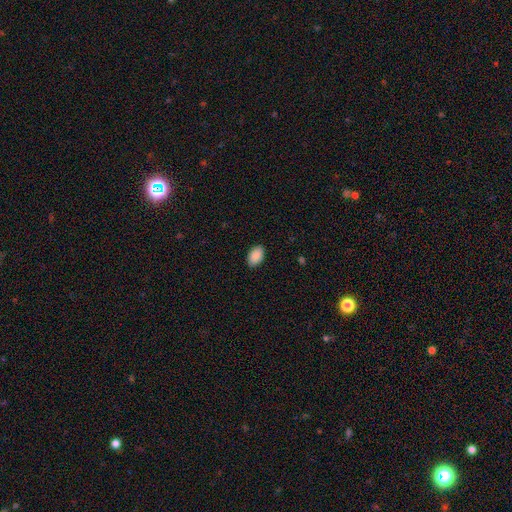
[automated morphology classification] smooth 90%, star or artifact 7%, featured or disk 4%. Down the decision tree: how rounded — in between (93%); merging — none (88%).